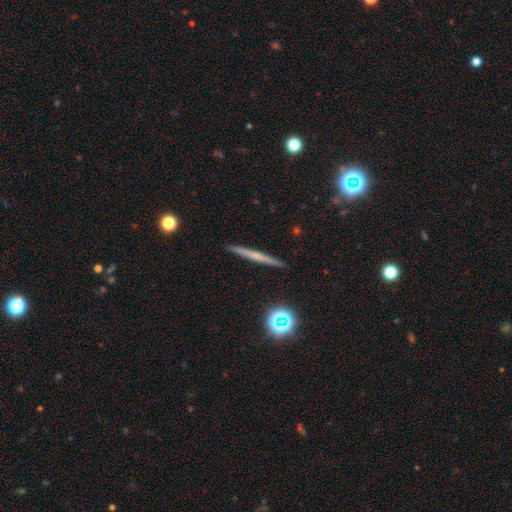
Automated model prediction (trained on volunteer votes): featured or disk 53%, smooth 36%, star or artifact 11%. Down the decision tree: edge-on disk — yes (97%); edge-on bulge — none (70%); merging — none (92%).